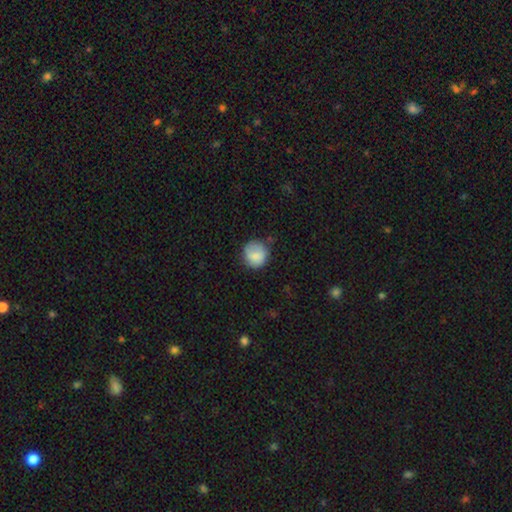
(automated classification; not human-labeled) A smooth galaxy with no disk features (83%) that is round (89%). Merging: none (70%).